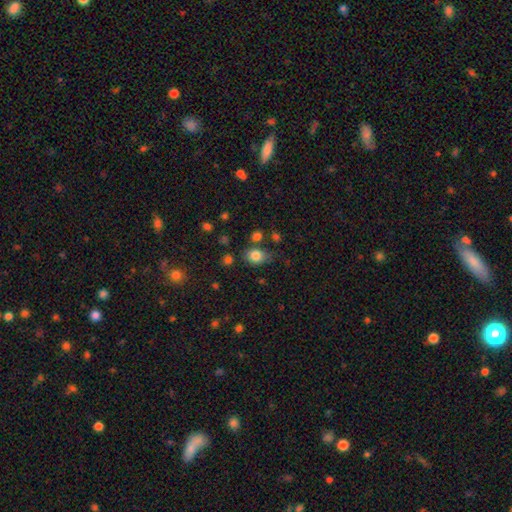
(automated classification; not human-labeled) This is clearly a smooth galaxy (83%). How rounded: possibly in between (58%). Merging: likely none (64%).